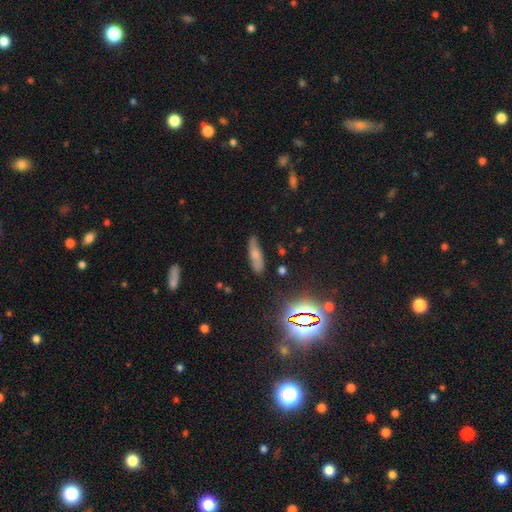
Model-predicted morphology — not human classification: smooth-or-featured: smooth: 57% | featured or disk: 28% | star or artifact: 15%
  how-rounded: cigar-shaped: 53% | in between: 43% | round: 4%
  merging: none: 69% | minor disturbance: 22% | major disturbance: 6% | merger: 3%